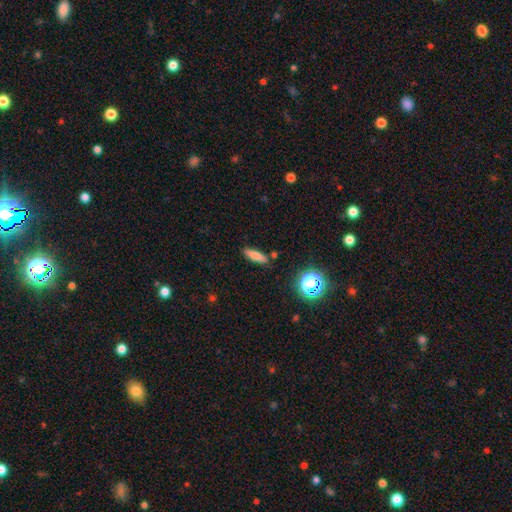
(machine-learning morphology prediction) Smooth or featured? smooth (76%)
How rounded? cigar-shaped (60%)
Merging? none (83%)